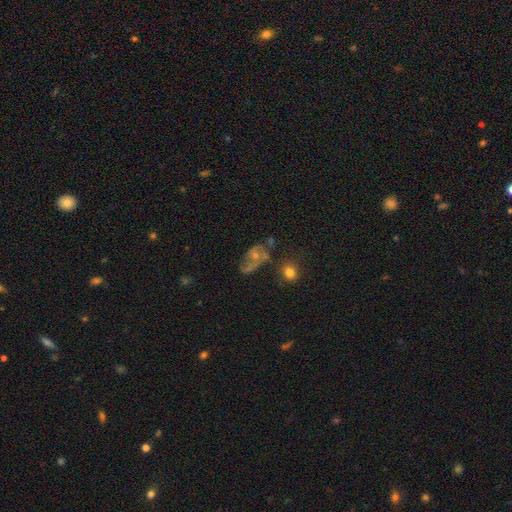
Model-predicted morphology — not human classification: type=featured or disk (55%); edge-on=no (94%); bar=no (75%); spiral arms=yes (62%); bulge=small (53%); merging=none (43%).